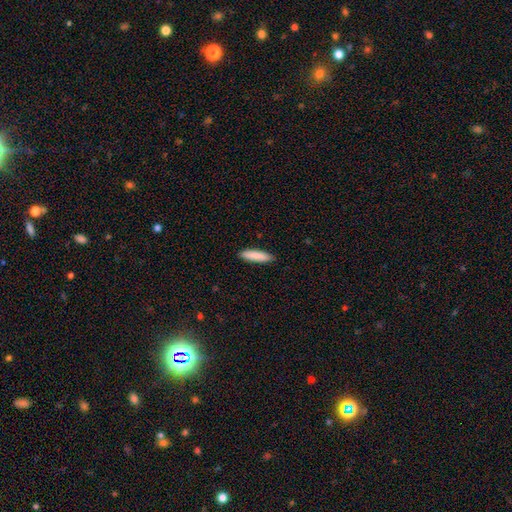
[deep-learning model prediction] smooth 87%, featured or disk 7%, star or artifact 6%. Down the decision tree: how rounded — cigar-shaped (76%); merging — none (90%).